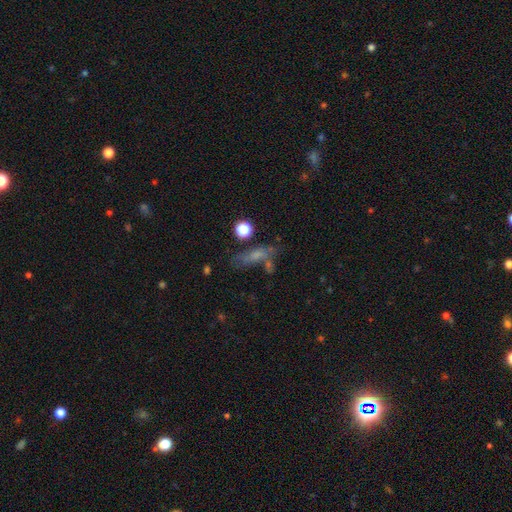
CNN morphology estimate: This appears to be a smooth galaxy with no disk features (40%). Merging: none (54%).